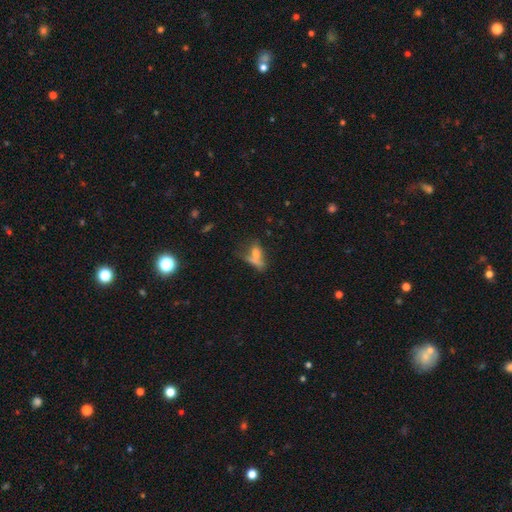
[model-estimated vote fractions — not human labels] Q: Smooth or featured?
A: smooth (59%); runner-up: featured or disk (26%)
Q: How rounded?
A: in between (60%); runner-up: cigar-shaped (28%)
Q: Merging?
A: merger (36%); runner-up: none (30%)